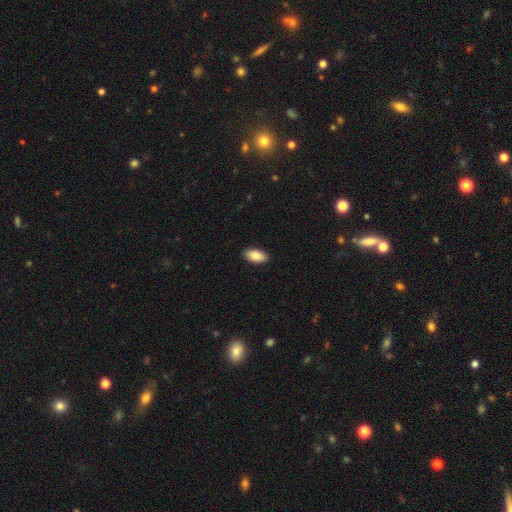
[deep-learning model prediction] smooth 87%, featured or disk 7%, star or artifact 6%. Down the decision tree: how rounded — in between (93%); merging — none (90%).